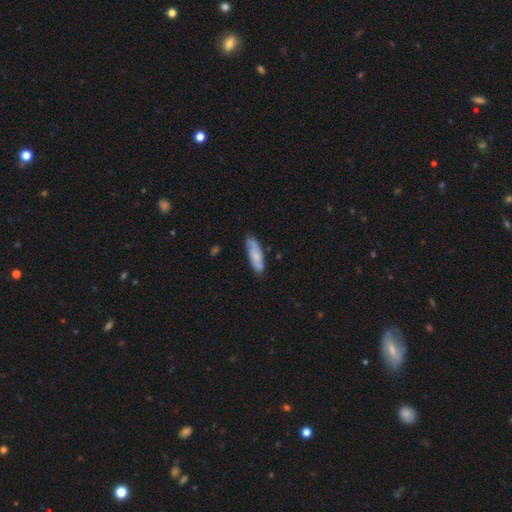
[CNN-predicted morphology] Q: Smooth or featured?
A: smooth (56%); runner-up: featured or disk (37%)
Q: How rounded?
A: in between (50%); runner-up: cigar-shaped (49%)
Q: Merging?
A: none (69%); runner-up: minor disturbance (23%)